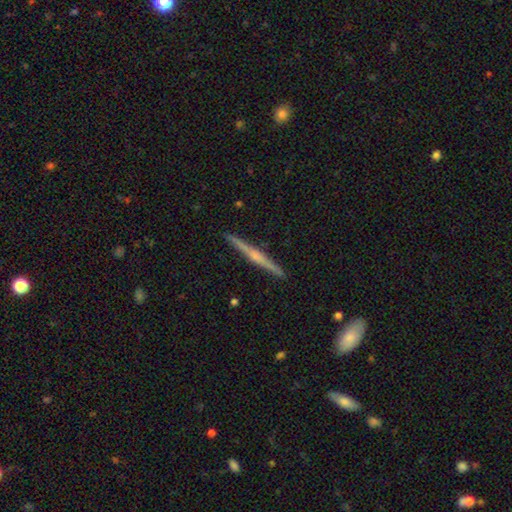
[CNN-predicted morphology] This appears to be a featured or disk galaxy (77%) viewed edge-on (99%) with a rounded central bulge (74%). Merging: none (92%).